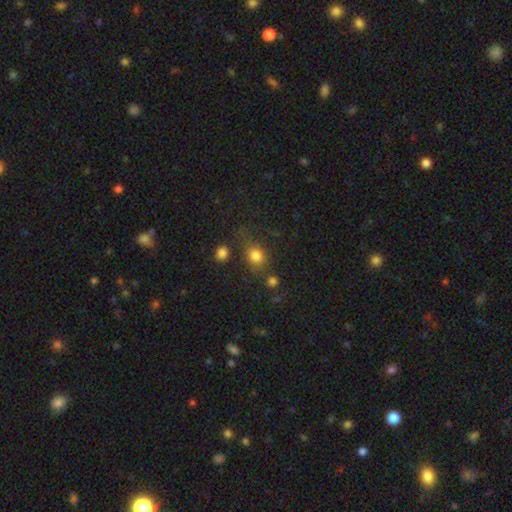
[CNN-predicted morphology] smooth 79%, star or artifact 13%, featured or disk 7%. Down the decision tree: how rounded — round (62%); merging — none (64%).